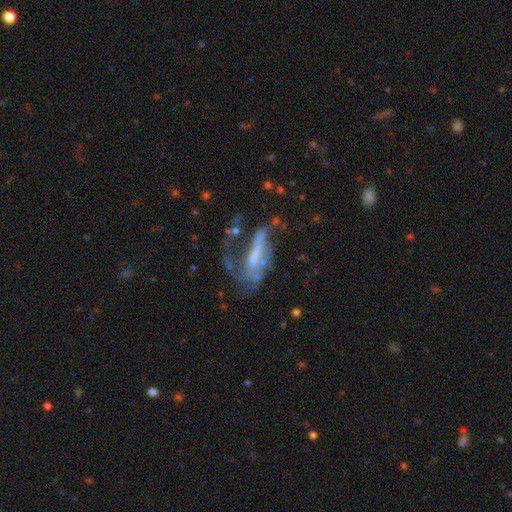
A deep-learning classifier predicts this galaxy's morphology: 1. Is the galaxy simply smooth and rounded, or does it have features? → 69% featured or disk, 20% smooth, 11% star or artifact.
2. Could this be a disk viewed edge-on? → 82% no, 18% yes.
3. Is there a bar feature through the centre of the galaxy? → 39% strong, 31% weak, 30% no.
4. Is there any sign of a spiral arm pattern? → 59% yes, 41% no.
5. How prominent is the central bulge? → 35% small, 29% moderate, 28% none, 6% large, 2% dominant.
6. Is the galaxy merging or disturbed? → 46% major disturbance, 28% none, 17% minor disturbance, 8% merger.